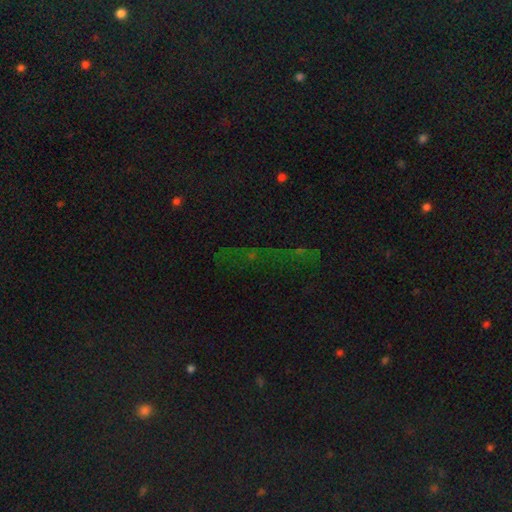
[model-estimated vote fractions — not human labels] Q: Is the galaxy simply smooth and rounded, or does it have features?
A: star or artifact — 79%.